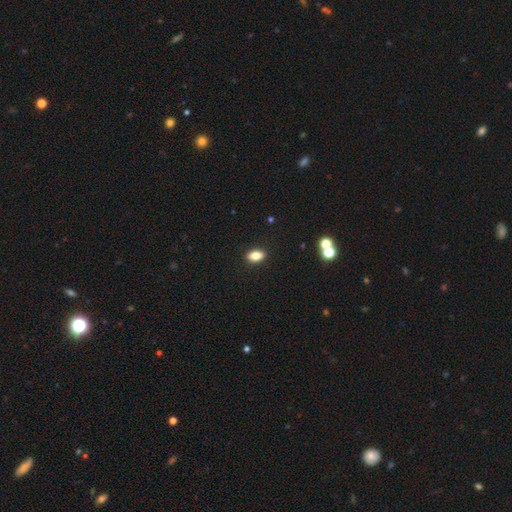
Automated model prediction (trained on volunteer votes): A smooth galaxy with no disk features (83%) that is in between round and cigar-shaped (87%).

Vote fractions:
- Smooth or featured? smooth: 83% / star or artifact: 10% / featured or disk: 7%
- How rounded? in between: 87% / round: 10% / cigar-shaped: 3%
- Merging? none: 89% / minor disturbance: 8% / major disturbance: 2% / merger: 1%